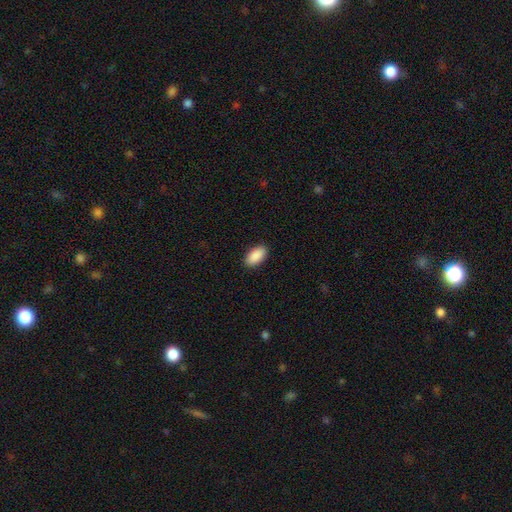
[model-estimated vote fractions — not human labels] Morphology: type=smooth (91%); roundness=in between (95%); merging=none (90%).